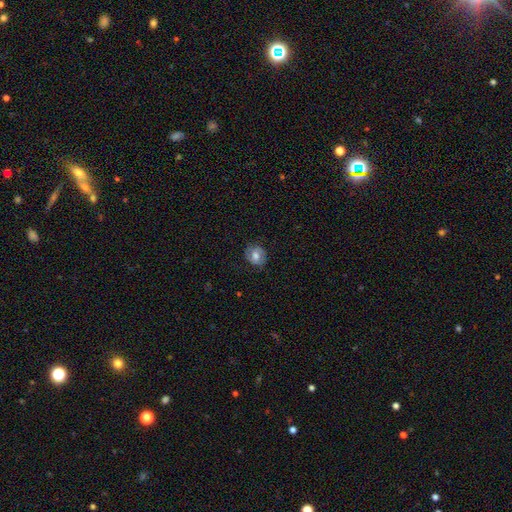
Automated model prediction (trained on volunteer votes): Smooth or featured: smooth — 47% (featured or disk — 44%)
Merging: none — 78% (minor disturbance — 16%)